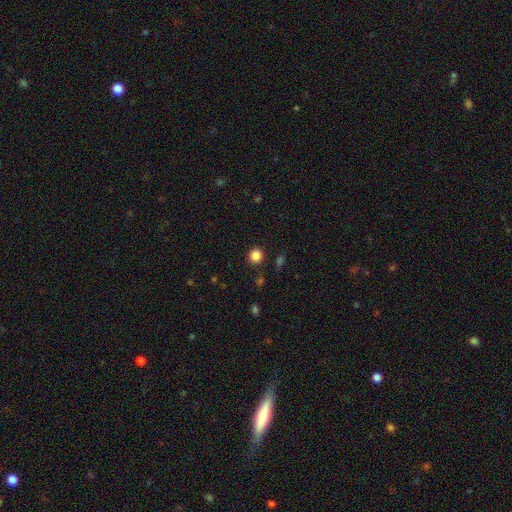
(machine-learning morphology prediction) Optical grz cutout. It shows a smooth galaxy with no disk features (85%) that is round (91%). Merging: none (90%).